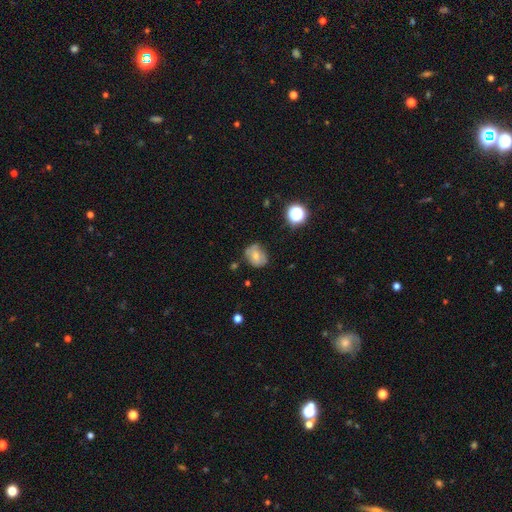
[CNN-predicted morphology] smooth 61%, featured or disk 27%, star or artifact 12%. Down the decision tree: how rounded — round (57%); merging — none (64%).